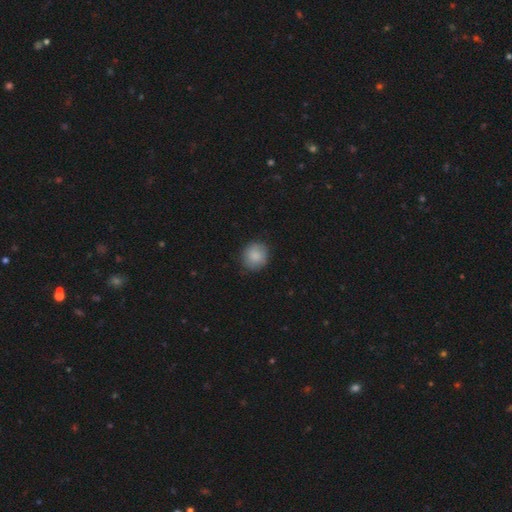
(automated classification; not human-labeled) smooth 87%, star or artifact 7%, featured or disk 5%. Down the decision tree: how rounded — round (87%); merging — none (86%).